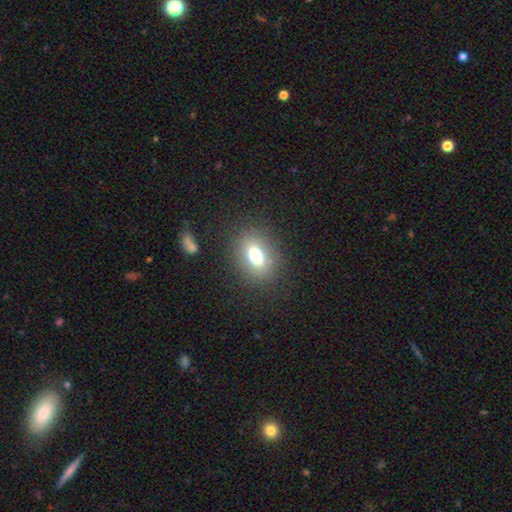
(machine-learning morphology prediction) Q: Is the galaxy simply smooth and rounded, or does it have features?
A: smooth — 72%.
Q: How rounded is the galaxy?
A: in between — 69%.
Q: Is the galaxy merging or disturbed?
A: none — 82%.